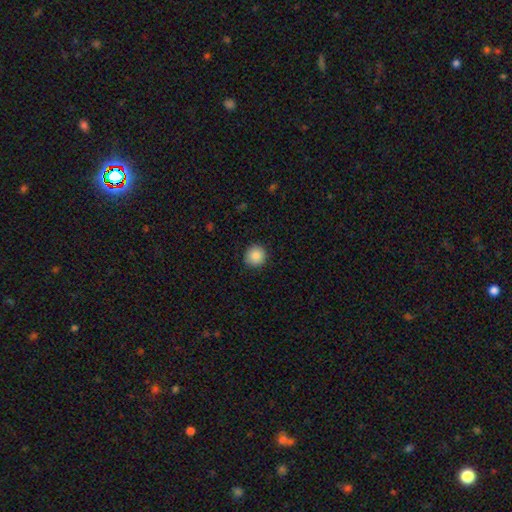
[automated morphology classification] Smooth or featured? smooth (87%)
How rounded? round (94%)
Merging? none (90%)